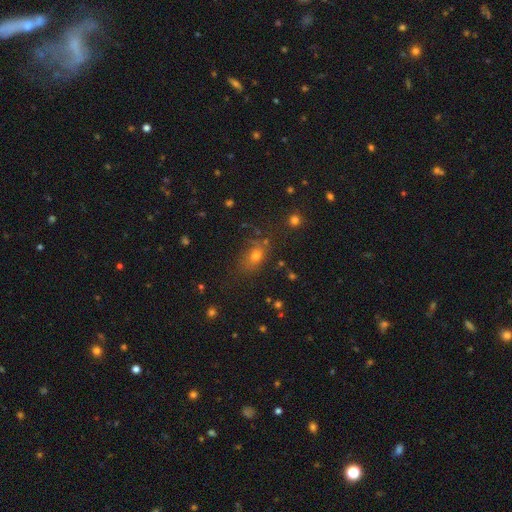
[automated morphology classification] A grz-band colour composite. It shows a smooth galaxy with no disk features (67%) that is in between round and cigar-shaped (66%). Merging: none (67%).